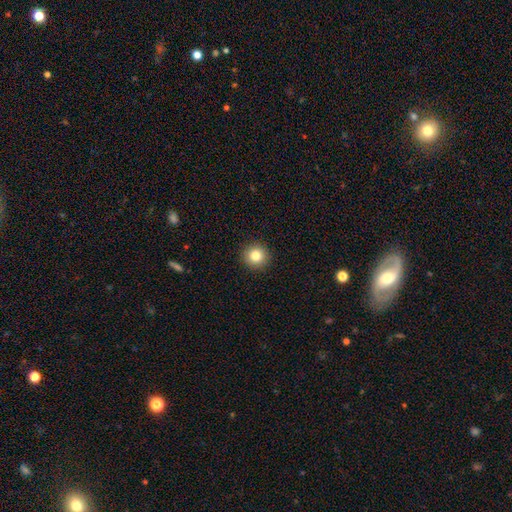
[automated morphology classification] This is clearly a smooth galaxy (82%). How rounded: clearly round (94%). Merging: clearly none (93%).